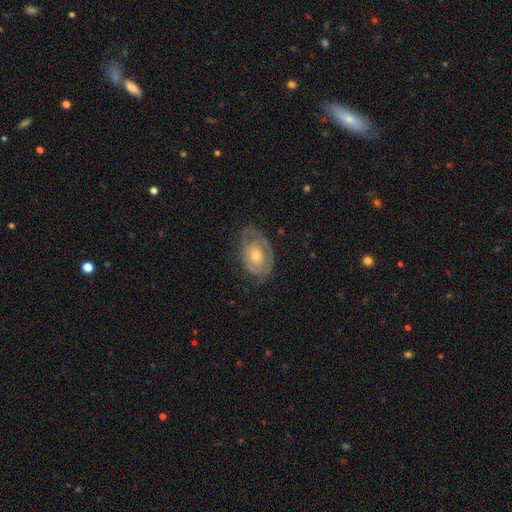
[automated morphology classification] Overall: featured or disk (63%; smooth 30%). Edge-on disk: no (94%). Bar: no (84%). Spiral arms: yes (61%; no 39%). Bulge size: moderate (52%; small 42%). Merging: none (65%).